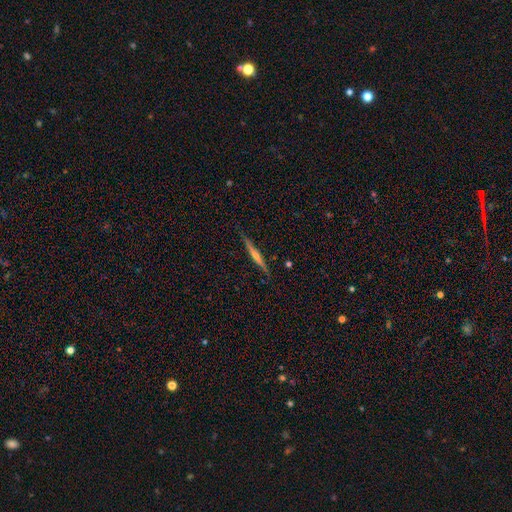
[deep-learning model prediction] Overall: featured or disk (68%). Edge-on disk: yes (97%). Edge-on bulge: rounded (72%). Merging: none (87%).